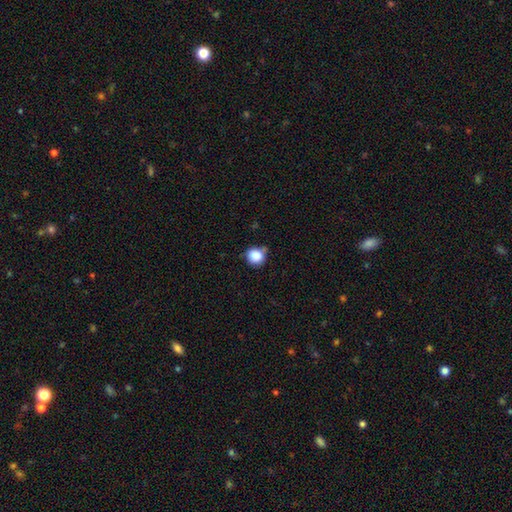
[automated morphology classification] Q: Smooth or featured?
A: smooth (86%); runner-up: star or artifact (10%)
Q: How rounded?
A: round (89%); runner-up: in between (10%)
Q: Merging?
A: none (68%); runner-up: minor disturbance (21%)